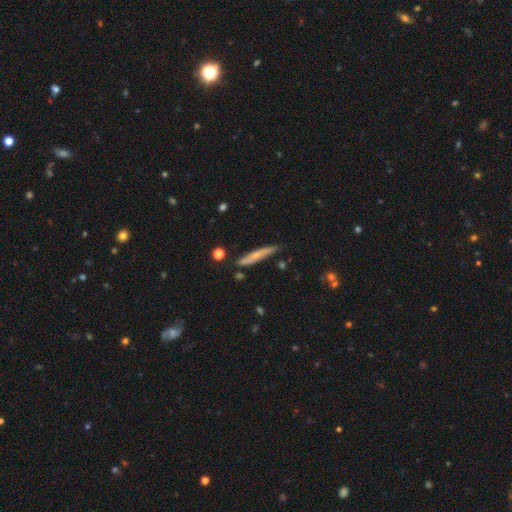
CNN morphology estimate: Q: Smooth or featured?
A: smooth (54%); runner-up: featured or disk (39%)
Q: How rounded?
A: cigar-shaped (94%); runner-up: in between (4%)
Q: Merging?
A: none (81%); runner-up: minor disturbance (14%)